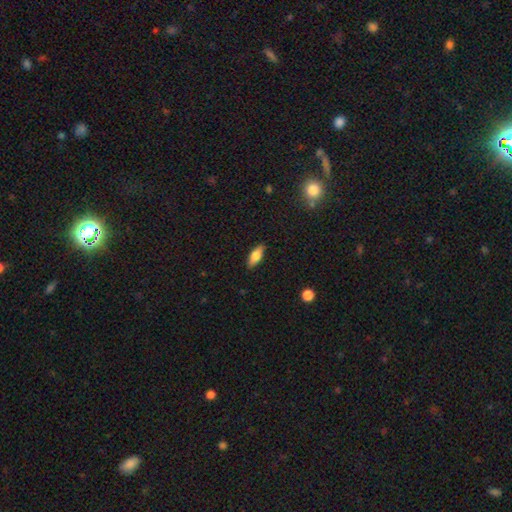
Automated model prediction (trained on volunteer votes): This appears to be a smooth galaxy with no disk features (71%) that is in between round and cigar-shaped (70%). Merging: none (88%).